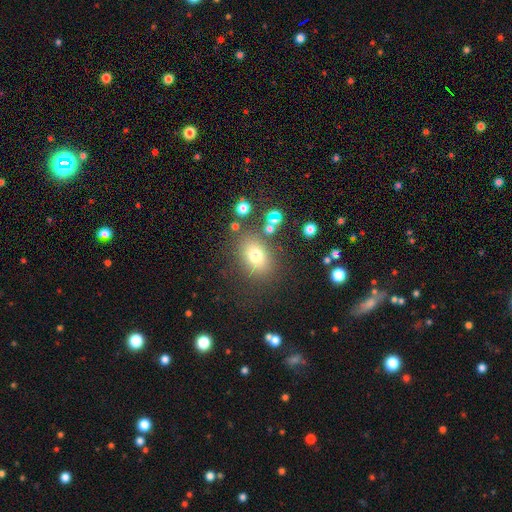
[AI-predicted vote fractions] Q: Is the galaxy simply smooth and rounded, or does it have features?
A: smooth — 72%.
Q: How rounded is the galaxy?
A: in between — 63%.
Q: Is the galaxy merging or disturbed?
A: none — 77%.